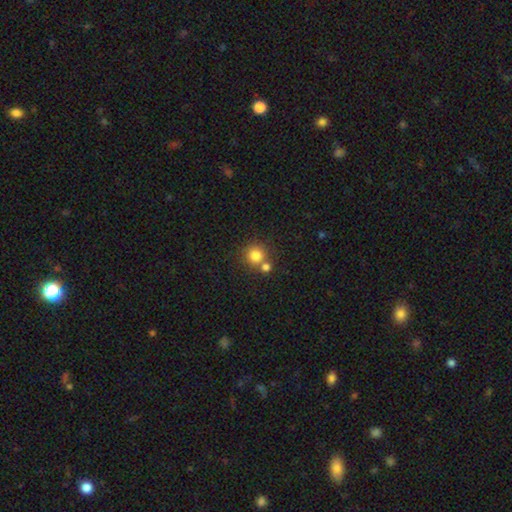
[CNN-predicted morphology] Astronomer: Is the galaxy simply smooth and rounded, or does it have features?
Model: smooth — 81%.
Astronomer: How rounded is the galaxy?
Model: round — 93%.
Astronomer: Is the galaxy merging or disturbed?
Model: none — 64%.